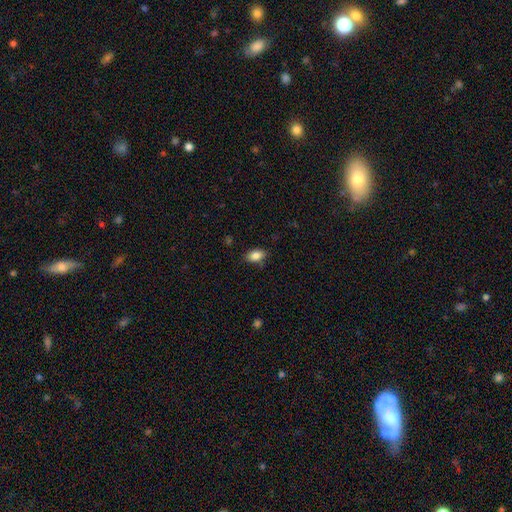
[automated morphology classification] A smooth galaxy with no disk features (85%) that is in between round and cigar-shaped (88%).

Vote fractions:
- Smooth or featured? smooth: 85% / star or artifact: 8% / featured or disk: 6%
- How rounded? in between: 88% / round: 10% / cigar-shaped: 2%
- Merging? none: 83% / minor disturbance: 13% / major disturbance: 3% / merger: 2%